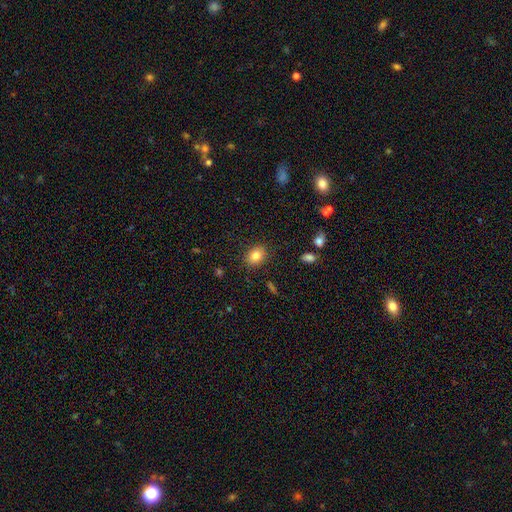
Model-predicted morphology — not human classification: The model was most divided on "how rounded": in between: 64%, round: 35%, cigar-shaped: 1%. More confident: merging — none (88%); smooth or featured — smooth (82%).